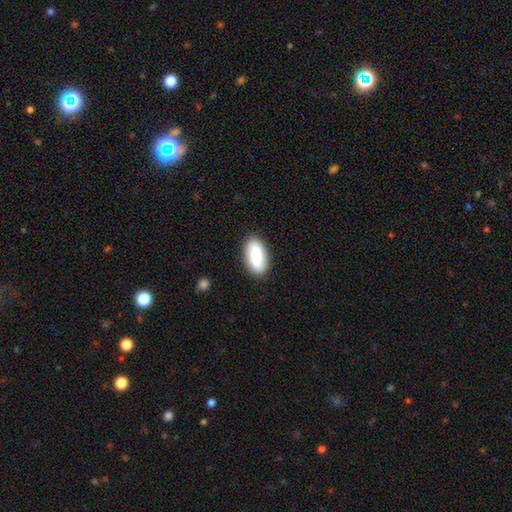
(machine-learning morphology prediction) Overall: smooth (69%). How rounded: in between (88%). Merging: none (86%).